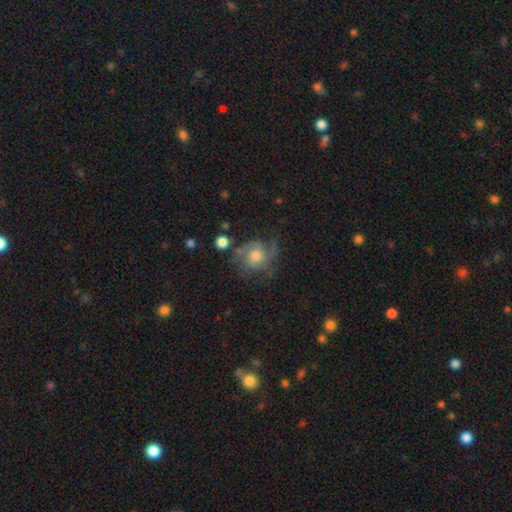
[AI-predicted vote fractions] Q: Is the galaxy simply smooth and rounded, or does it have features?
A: featured or disk — 69%.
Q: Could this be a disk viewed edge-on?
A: no — 97%.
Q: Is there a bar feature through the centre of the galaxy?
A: no — 74%.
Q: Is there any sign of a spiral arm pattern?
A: yes — 91%.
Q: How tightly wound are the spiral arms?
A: medium — 45%.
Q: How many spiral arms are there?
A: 2 — 36%.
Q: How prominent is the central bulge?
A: moderate — 60%.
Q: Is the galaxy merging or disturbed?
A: none — 60%.